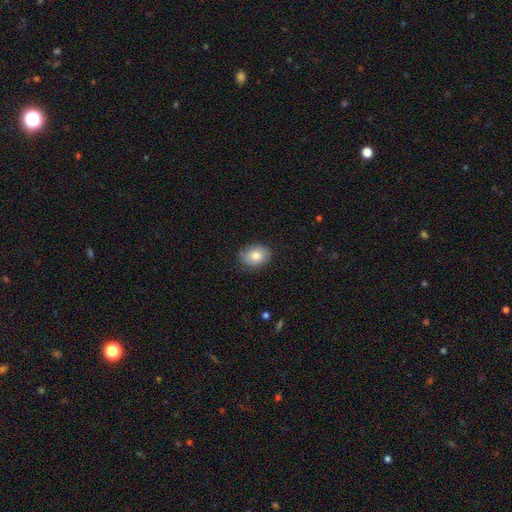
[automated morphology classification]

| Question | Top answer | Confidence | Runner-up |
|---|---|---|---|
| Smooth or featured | smooth | 80% | featured or disk (13%) |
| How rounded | in between | 67% | round (32%) |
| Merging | none | 84% | minor disturbance (12%) |